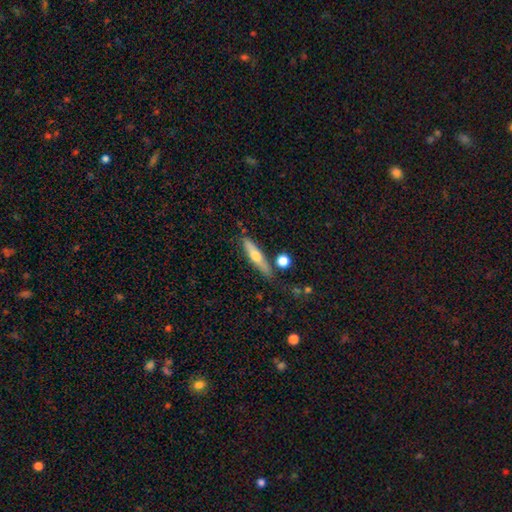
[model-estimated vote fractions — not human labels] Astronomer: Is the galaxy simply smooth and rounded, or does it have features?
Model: featured or disk — 47% (runner-up: smooth, 46%).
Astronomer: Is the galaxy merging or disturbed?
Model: none — 77%.